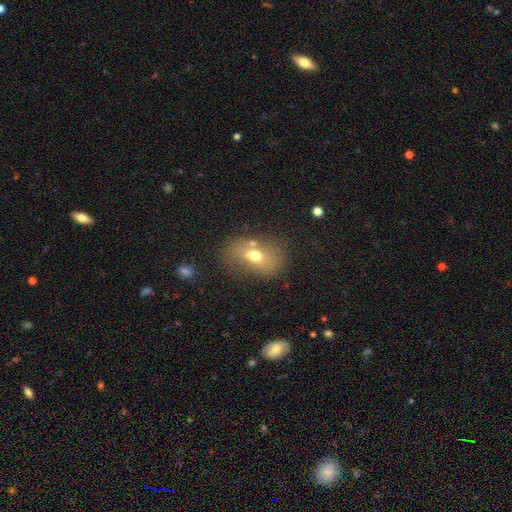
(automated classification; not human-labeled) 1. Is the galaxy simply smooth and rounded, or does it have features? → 60% smooth, 27% featured or disk, 13% star or artifact.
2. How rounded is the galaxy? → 72% in between, 26% round, 2% cigar-shaped.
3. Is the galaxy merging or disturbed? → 61% none, 19% minor disturbance, 11% merger, 9% major disturbance.